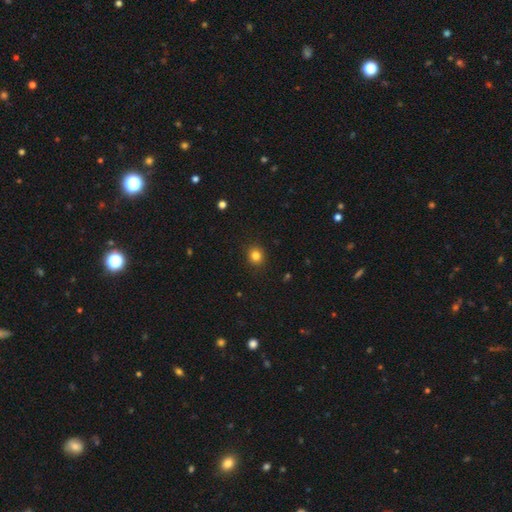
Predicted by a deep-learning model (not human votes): smooth 83%, star or artifact 12%, featured or disk 5%. Down the decision tree: how rounded — round (86%); merging — none (91%).